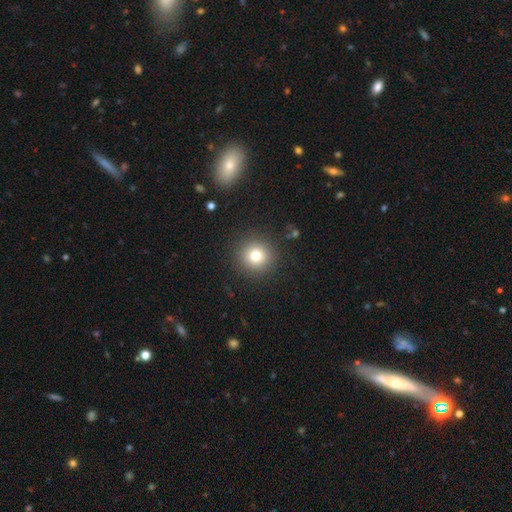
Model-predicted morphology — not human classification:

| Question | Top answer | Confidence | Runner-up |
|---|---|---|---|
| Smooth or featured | smooth | 78% | star or artifact (13%) |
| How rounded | round | 94% | in between (5%) |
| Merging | none | 90% | minor disturbance (6%) |